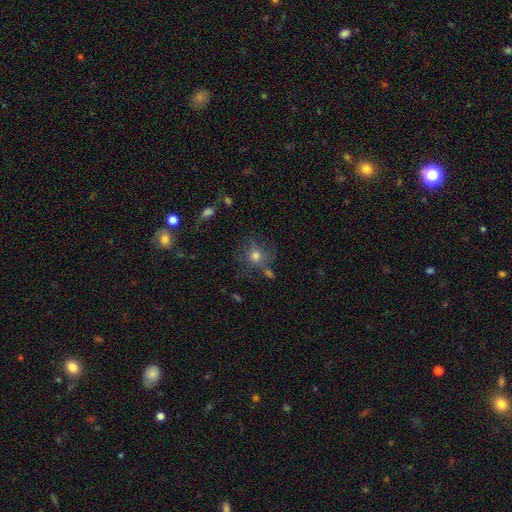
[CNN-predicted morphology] A smooth galaxy with no disk features (64%) that is round (86%).

Vote fractions:
- Smooth or featured? smooth: 64% / featured or disk: 18% / star or artifact: 18%
- How rounded? round: 86% / in between: 13% / cigar-shaped: 1%
- Merging? none: 65% / minor disturbance: 17% / major disturbance: 9% / merger: 9%